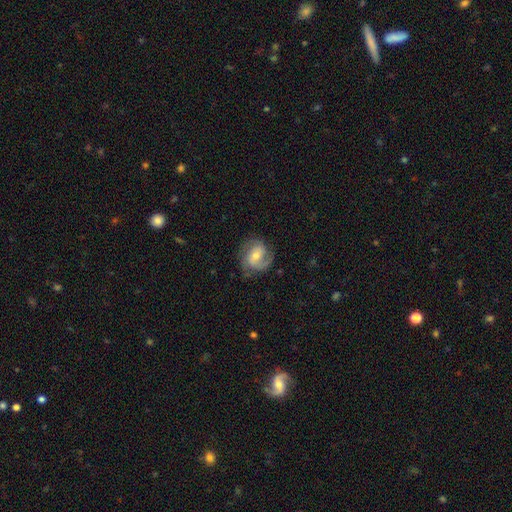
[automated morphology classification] Smooth or featured: featured or disk — 71% (smooth — 22%)
Edge-on disk: no — 97% (yes — 3%)
Bar: no — 44% (weak — 42%)
Spiral arms: yes — 92% (no — 8%)
Spiral winding: medium — 45% (tight — 32%)
Spiral arm count: 2 — 63% (1 — 16%)
Bulge size: moderate — 53% (small — 40%)
Merging: none — 69% (minor disturbance — 19%)